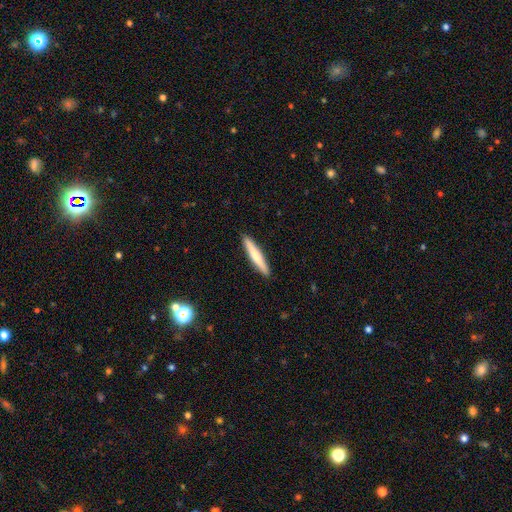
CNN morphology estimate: Overall: smooth (65%; featured or disk 30%). How rounded: cigar-shaped (94%). Merging: none (92%).